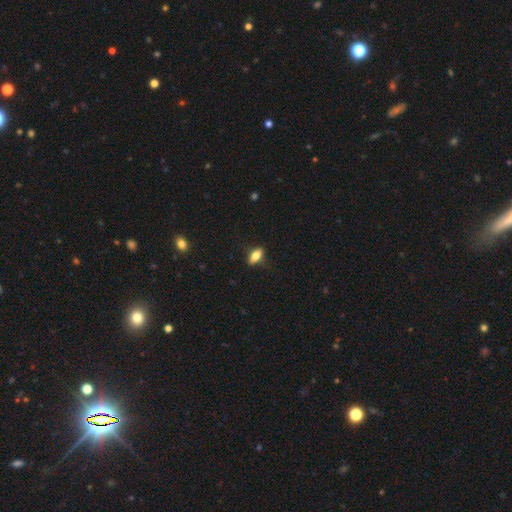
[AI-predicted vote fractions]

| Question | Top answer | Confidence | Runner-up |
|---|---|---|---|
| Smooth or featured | smooth | 64% | featured or disk (28%) |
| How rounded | in between | 76% | cigar-shaped (19%) |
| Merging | none | 83% | minor disturbance (13%) |